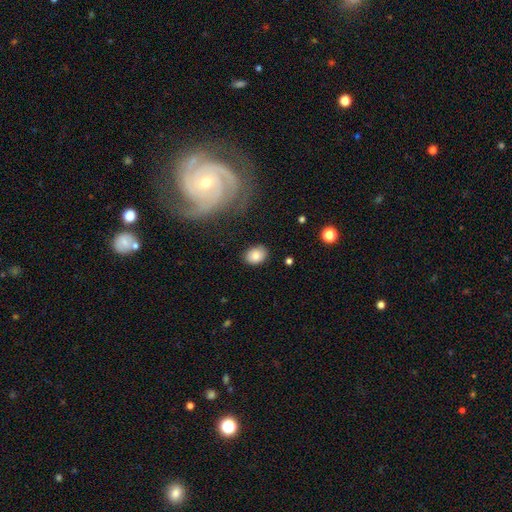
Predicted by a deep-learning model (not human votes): smooth-or-featured: smooth: 82% | featured or disk: 10% | star or artifact: 9%
  how-rounded: in between: 66% | round: 33% | cigar-shaped: 1%
  merging: none: 85% | minor disturbance: 11% | major disturbance: 3% | merger: 2%